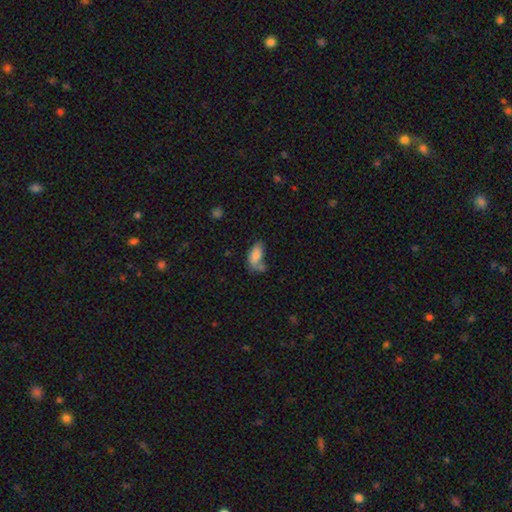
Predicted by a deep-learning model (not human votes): Overall: smooth (80%). How rounded: in between (91%). Merging: none (35%; merger 25%).